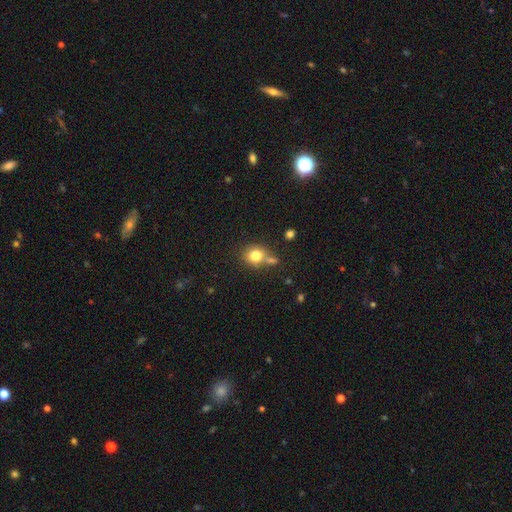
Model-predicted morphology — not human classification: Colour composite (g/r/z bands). It shows a smooth galaxy with no disk features (80%) that is round (79%). Merging: none (58%).